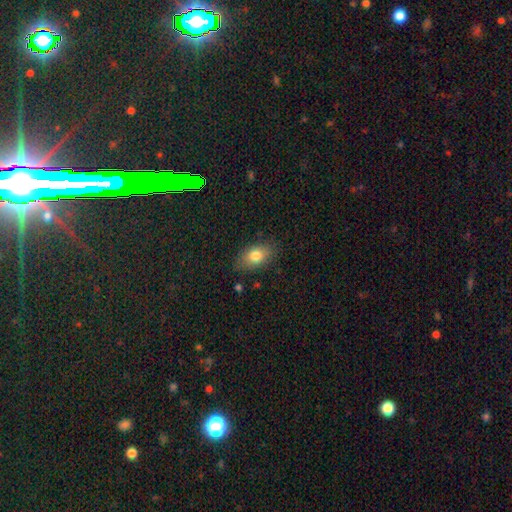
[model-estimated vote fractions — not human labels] This is likely a smooth galaxy (78%). How rounded: clearly in between (86%). Merging: clearly none (83%).